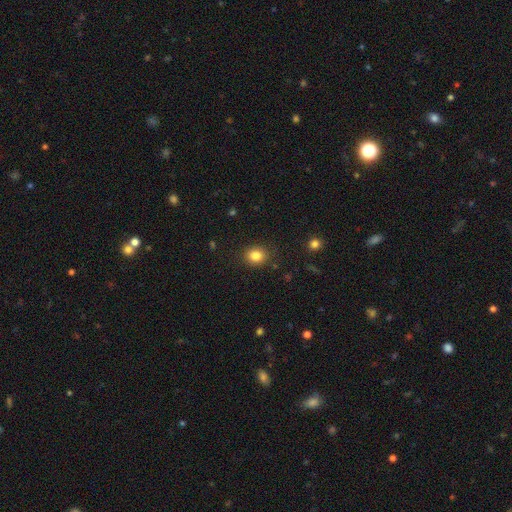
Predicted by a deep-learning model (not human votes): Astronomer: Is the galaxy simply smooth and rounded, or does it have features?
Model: smooth — 84%.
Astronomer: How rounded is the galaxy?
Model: round — 65%.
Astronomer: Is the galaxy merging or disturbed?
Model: none — 87%.